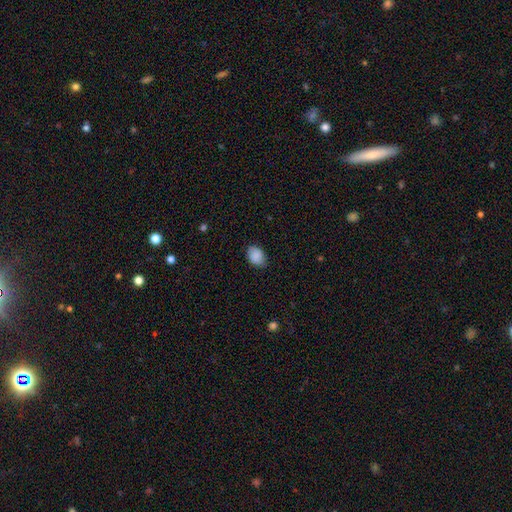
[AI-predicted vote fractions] smooth_or_featured: smooth (p=0.89) [alt: star or artifact p=0.07]
how_rounded: in between (p=0.75) [alt: round p=0.24]
merging: none (p=0.81) [alt: minor disturbance p=0.15]